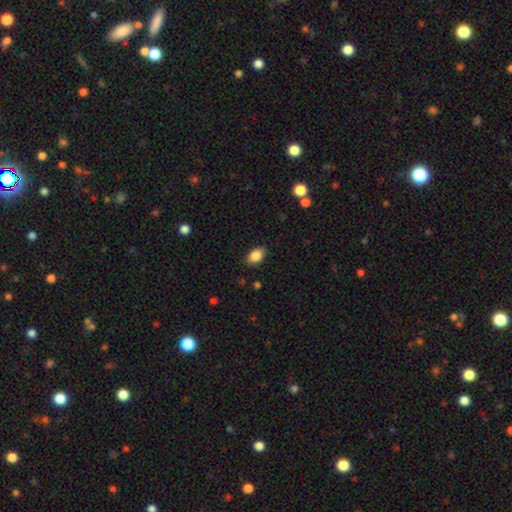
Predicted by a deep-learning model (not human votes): smooth-or-featured: smooth: 87% | star or artifact: 8% | featured or disk: 6%
  how-rounded: in between: 86% | round: 12% | cigar-shaped: 1%
  merging: none: 86% | minor disturbance: 11% | major disturbance: 2% | merger: 1%